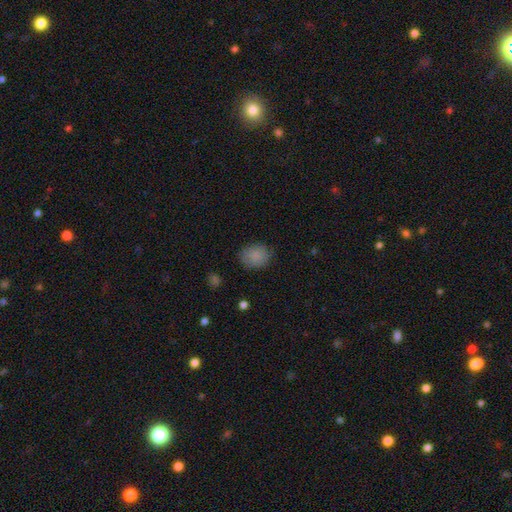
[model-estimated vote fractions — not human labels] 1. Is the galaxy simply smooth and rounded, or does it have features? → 86% smooth, 8% star or artifact, 5% featured or disk.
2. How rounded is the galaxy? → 53% round, 46% in between, 1% cigar-shaped.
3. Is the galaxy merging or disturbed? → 81% none, 15% minor disturbance, 3% major disturbance, 1% merger.